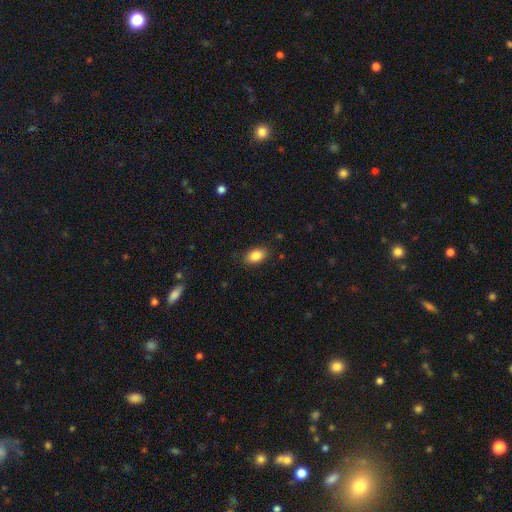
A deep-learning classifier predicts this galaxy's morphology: A smooth galaxy with no disk features (86%) that is in between round and cigar-shaped (87%).

Vote fractions:
- Smooth or featured? smooth: 86% / star or artifact: 8% / featured or disk: 6%
- How rounded? in between: 87% / round: 12% / cigar-shaped: 1%
- Merging? none: 86% / minor disturbance: 11% / major disturbance: 3% / merger: 1%